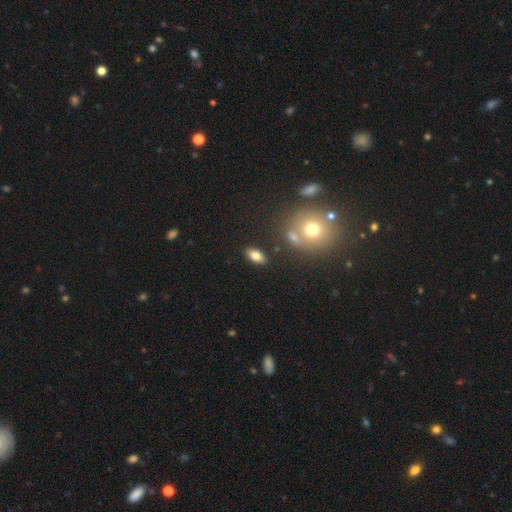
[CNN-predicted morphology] smooth_or_featured: smooth (p=0.79) [alt: featured or disk p=0.12]
how_rounded: in between (p=0.88) [alt: cigar-shaped p=0.07]
merging: none (p=0.84) [alt: minor disturbance p=0.09]